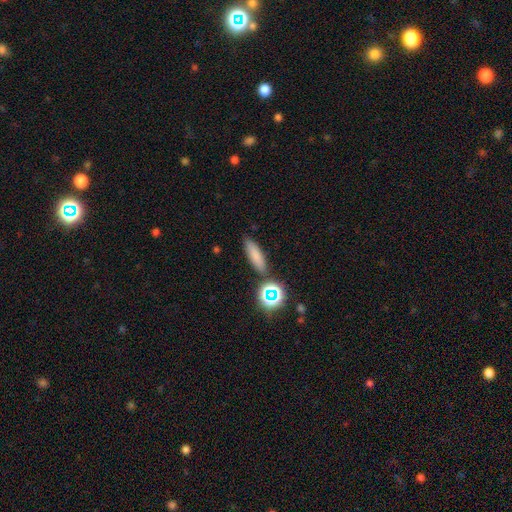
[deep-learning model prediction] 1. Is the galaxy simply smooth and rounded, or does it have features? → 77% smooth, 14% star or artifact, 10% featured or disk.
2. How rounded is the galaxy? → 53% cigar-shaped, 41% in between, 6% round.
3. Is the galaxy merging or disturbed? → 82% none, 9% minor disturbance, 6% merger, 3% major disturbance.